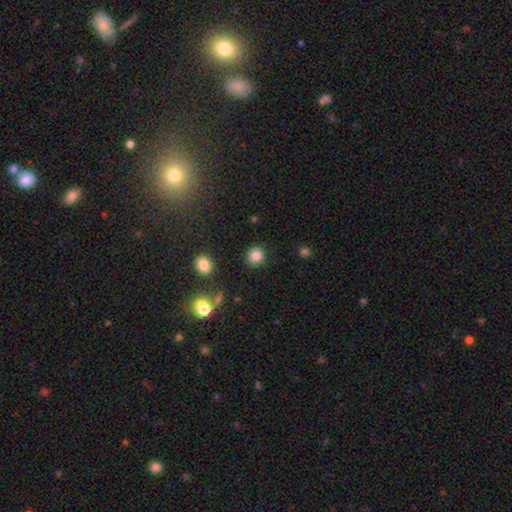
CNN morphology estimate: This appears to be a smooth galaxy with no disk features (85%) that is round (88%). Merging: none (88%).